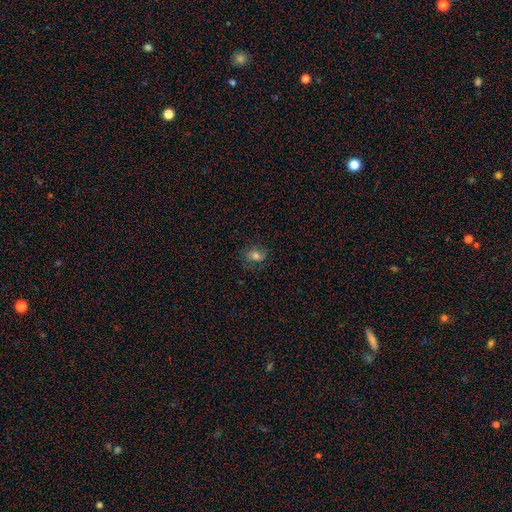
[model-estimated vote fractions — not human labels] Smooth or featured: smooth — 69% (featured or disk — 17%)
How rounded: in between — 51% (round — 48%)
Merging: none — 72% (minor disturbance — 20%)